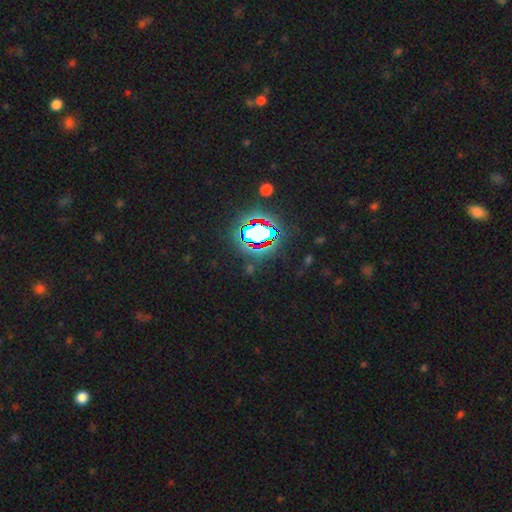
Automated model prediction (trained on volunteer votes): smooth-or-featured: star or artifact: 79% | smooth: 13% | featured or disk: 8%